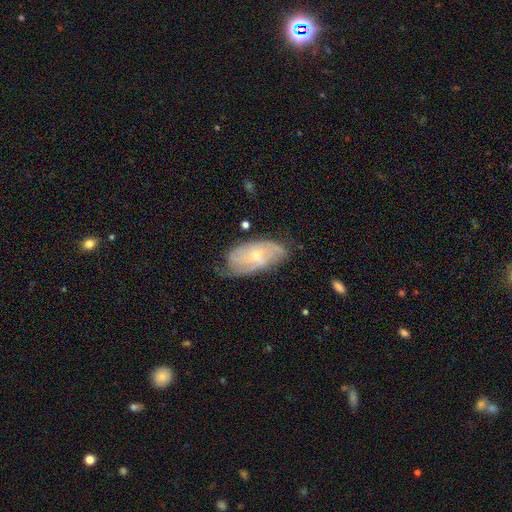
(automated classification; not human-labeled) Smooth or featured? Predicted: featured or disk (p=0.72). Edge-on disk? Predicted: no (p=0.93). Bar? Predicted: no (p=0.71). Spiral arms? Predicted: yes (p=0.85). Spiral winding? Predicted: tight (p=0.53). Spiral arm count? Predicted: can't tell (p=0.45). Bulge size? Predicted: small (p=0.64). Merging? Predicted: none (p=0.60).